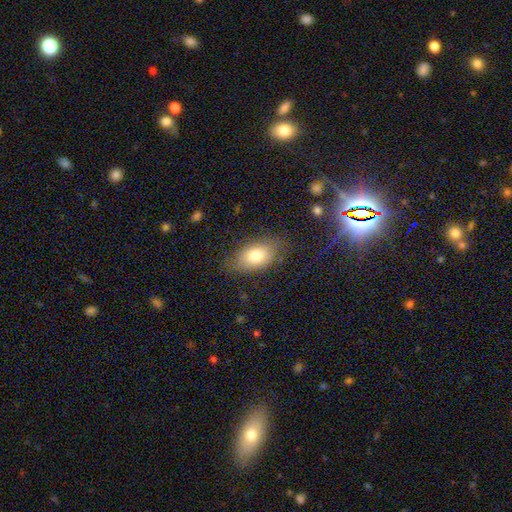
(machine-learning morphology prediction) type=smooth (77%); roundness=in between (88%); merging=none (75%).